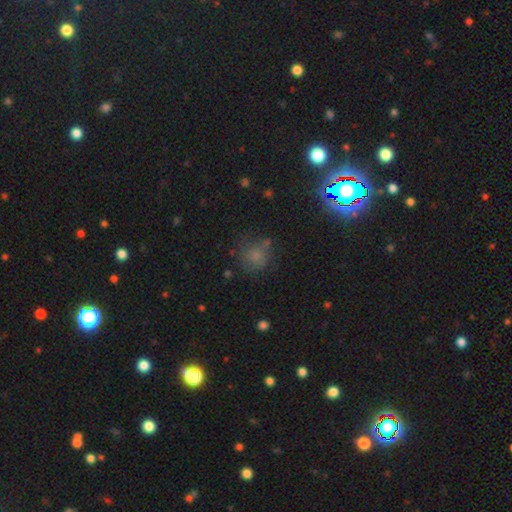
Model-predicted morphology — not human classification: smooth-or-featured: smooth: 71% | star or artifact: 20% | featured or disk: 9%
  how-rounded: round: 85% | in between: 14% | cigar-shaped: 1%
  merging: none: 66% | minor disturbance: 18% | major disturbance: 8% | merger: 7%